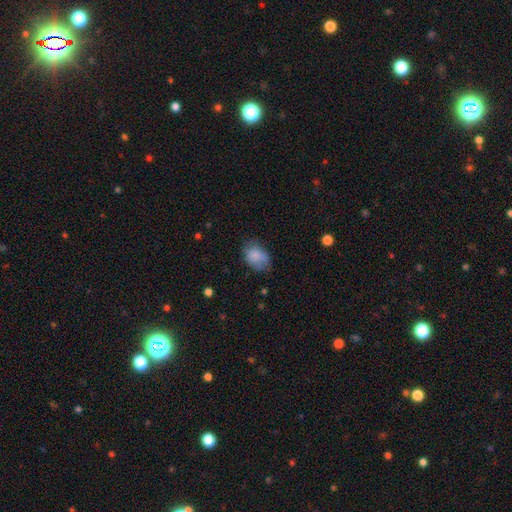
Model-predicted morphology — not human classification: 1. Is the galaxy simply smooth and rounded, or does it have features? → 82% smooth, 10% featured or disk, 8% star or artifact.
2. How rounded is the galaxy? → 77% in between, 22% round, 1% cigar-shaped.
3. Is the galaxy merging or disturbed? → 54% none, 32% minor disturbance, 11% major disturbance, 2% merger.